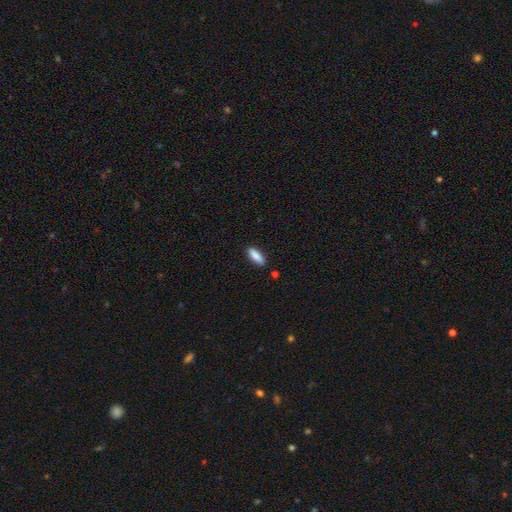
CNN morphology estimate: Q: Smooth or featured?
A: smooth (87%); runner-up: featured or disk (7%)
Q: How rounded?
A: in between (54%); runner-up: cigar-shaped (44%)
Q: Merging?
A: none (85%); runner-up: minor disturbance (10%)